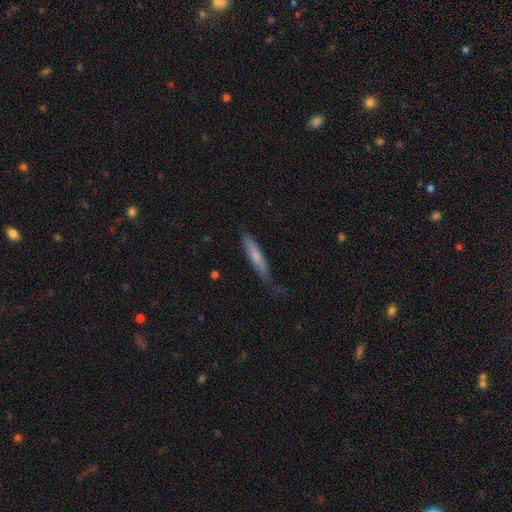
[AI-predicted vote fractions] This appears to be a smooth galaxy with no disk features (67%) that is cigar-shaped (90%). Merging: none (63%).